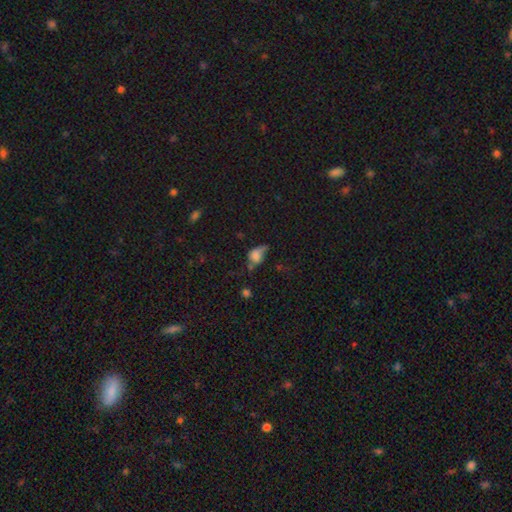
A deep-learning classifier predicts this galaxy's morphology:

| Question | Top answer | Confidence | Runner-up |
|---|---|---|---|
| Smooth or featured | smooth | 66% | featured or disk (19%) |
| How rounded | in between | 65% | round (32%) |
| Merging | major disturbance | 33% | minor disturbance (30%) |